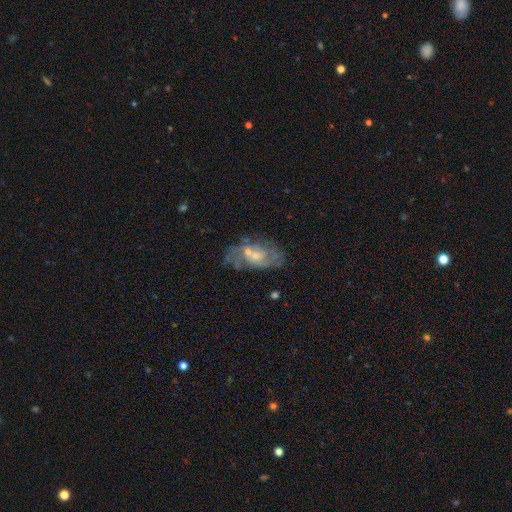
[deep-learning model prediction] Smooth or featured: featured or disk — 69% (smooth — 22%)
Edge-on disk: no — 94% (yes — 6%)
Bar: no — 63% (weak — 32%)
Spiral arms: yes — 74% (no — 26%)
Bulge size: small — 53% (moderate — 35%)
Merging: none — 59% (minor disturbance — 20%)